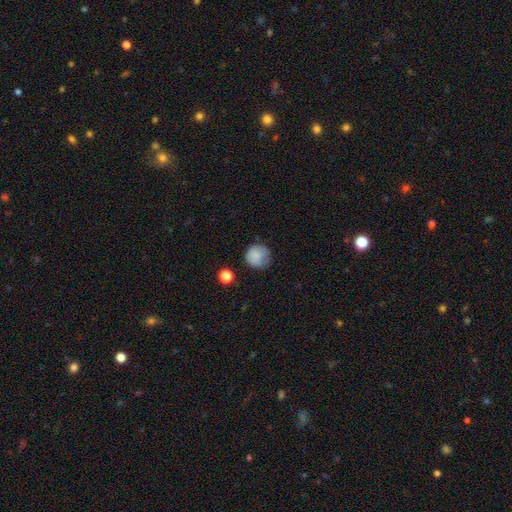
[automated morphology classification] This is clearly a smooth galaxy (83%). How rounded: clearly round (91%). Merging: likely none (70%).